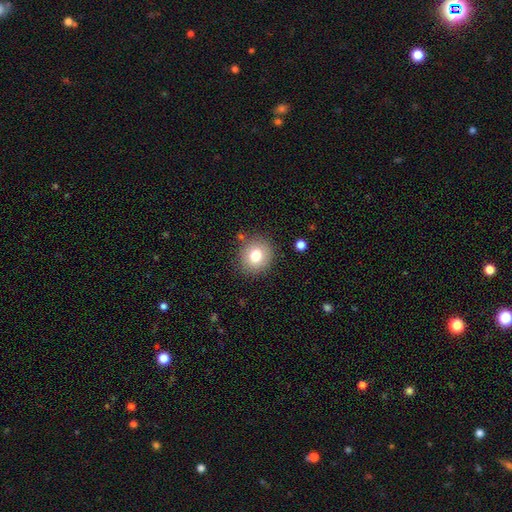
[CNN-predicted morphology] Smooth or featured?
  - smooth: 77% *
  - featured or disk: 12%
  - star or artifact: 11%
How rounded?
  - round: 80% *
  - in between: 19%
  - cigar-shaped: 1%
Merging?
  - none: 85% *
  - minor disturbance: 10%
  - major disturbance: 3%
  - merger: 2%